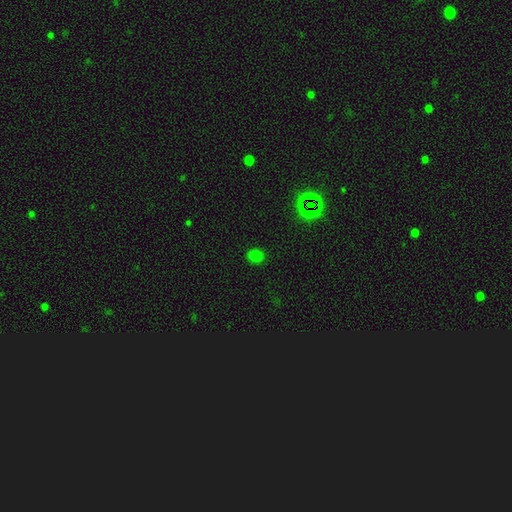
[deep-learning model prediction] smooth_or_featured: smooth (p=0.73) [alt: star or artifact p=0.22]
how_rounded: round (p=0.79) [alt: in between p=0.20]
merging: none (p=0.88) [alt: minor disturbance p=0.08]